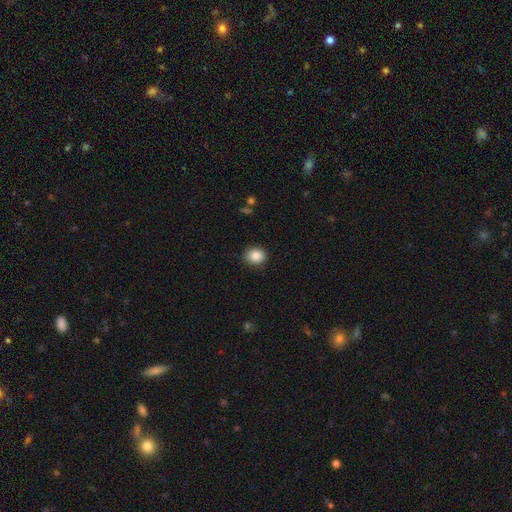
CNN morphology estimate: smooth_or_featured: smooth (p=0.87) [alt: star or artifact p=0.09]
how_rounded: round (p=0.71) [alt: in between p=0.28]
merging: none (p=0.89) [alt: minor disturbance p=0.08]